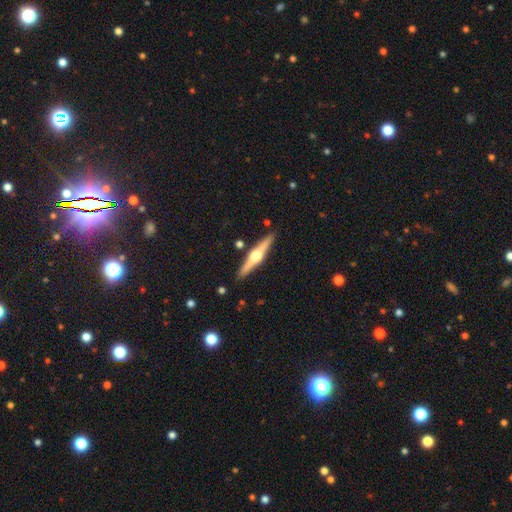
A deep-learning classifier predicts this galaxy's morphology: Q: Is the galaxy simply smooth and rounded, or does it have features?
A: featured or disk — 75%.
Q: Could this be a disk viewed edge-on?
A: yes — 98%.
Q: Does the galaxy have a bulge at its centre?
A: rounded — 95%.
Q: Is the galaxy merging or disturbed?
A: none — 89%.